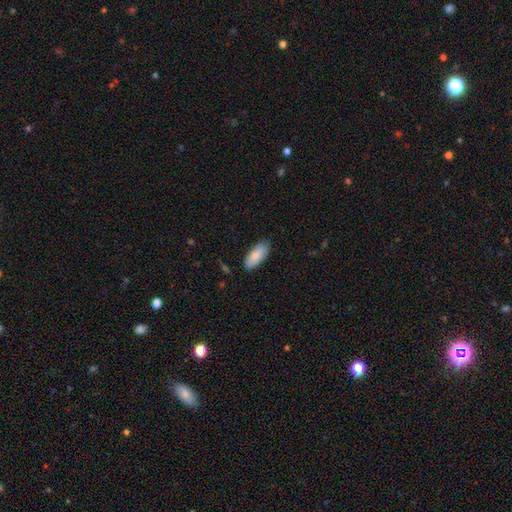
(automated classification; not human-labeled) smooth_or_featured: smooth (p=0.87) [alt: featured or disk p=0.07]
how_rounded: in between (p=0.84) [alt: cigar-shaped p=0.14]
merging: none (p=0.84) [alt: minor disturbance p=0.12]